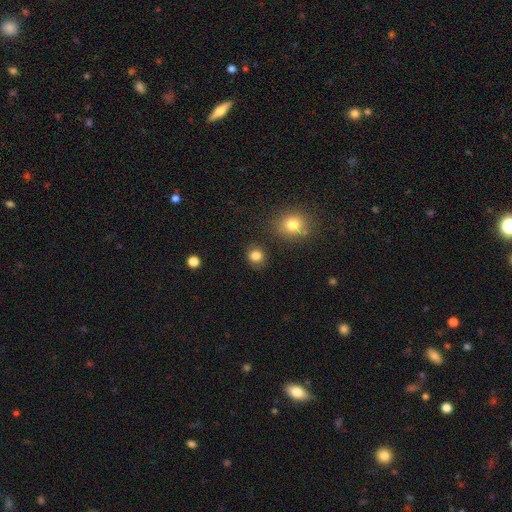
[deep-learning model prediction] Morphology: type=smooth (83%); roundness=round (82%); merging=none (85%).